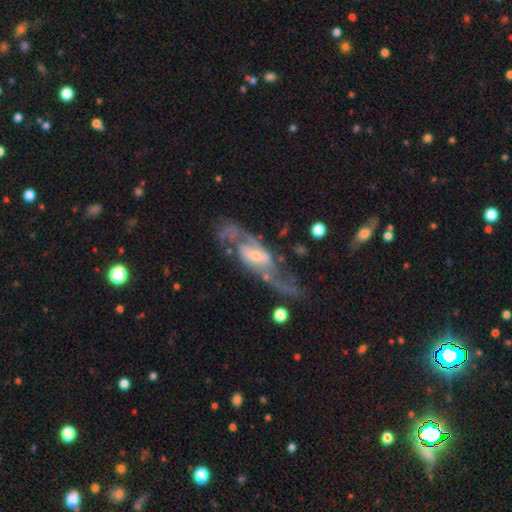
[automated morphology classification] featured or disk 88%, smooth 7%, star or artifact 5%. Down the decision tree: edge-on disk — no (94%); bar — weak (42%); spiral arms — yes (93%); spiral arm count — 2 (87%); spiral winding — medium (44%); bulge size — small (59%); merging — none (50%).